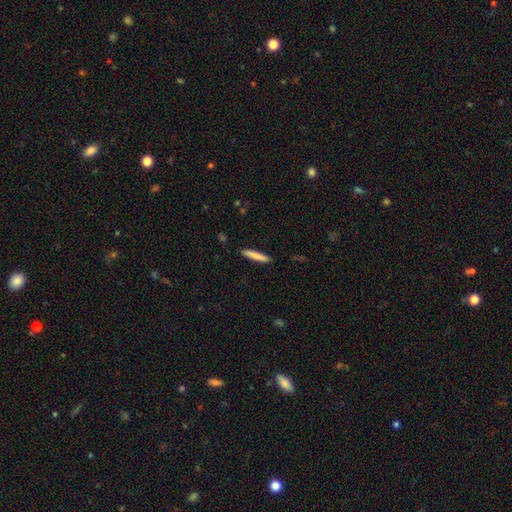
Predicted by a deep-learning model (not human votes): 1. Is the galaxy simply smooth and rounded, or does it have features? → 81% smooth, 13% featured or disk, 6% star or artifact.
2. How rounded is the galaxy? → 94% cigar-shaped, 5% in between, 1% round.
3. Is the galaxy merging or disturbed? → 91% none, 6% minor disturbance, 1% major disturbance, 1% merger.